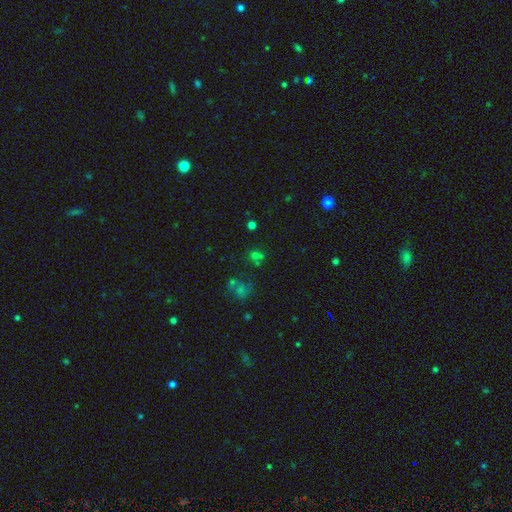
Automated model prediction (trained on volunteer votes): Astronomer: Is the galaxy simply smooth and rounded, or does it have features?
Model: smooth — 50% (runner-up: star or artifact, 39%).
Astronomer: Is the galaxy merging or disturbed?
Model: none — 51% (runner-up: merger, 28%).